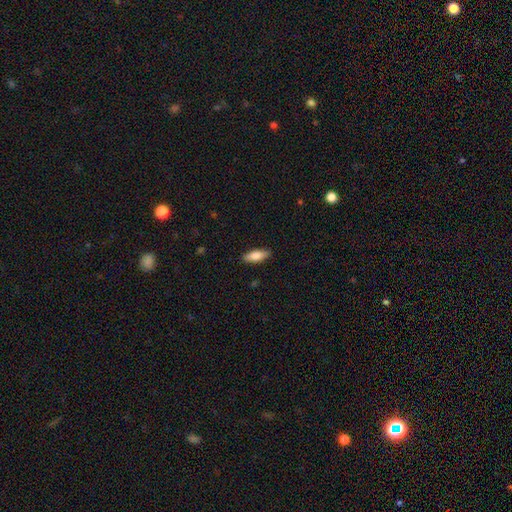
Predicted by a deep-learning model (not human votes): A smooth galaxy with no disk features (81%) that is in between round and cigar-shaped (68%). Merging: none (88%).